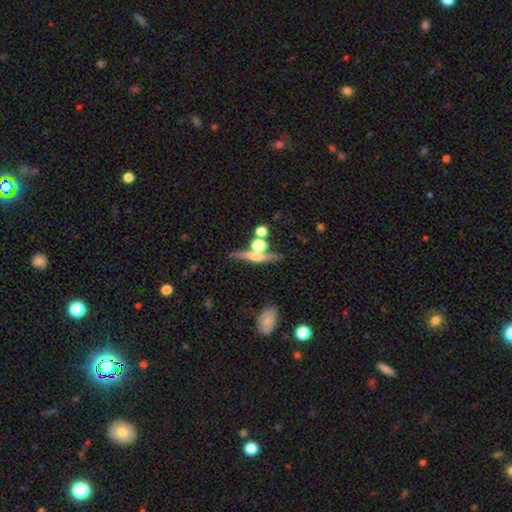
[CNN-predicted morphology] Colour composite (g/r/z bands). It shows a featured or disk galaxy (54%) viewed edge-on (89%). Merging: none (65%).